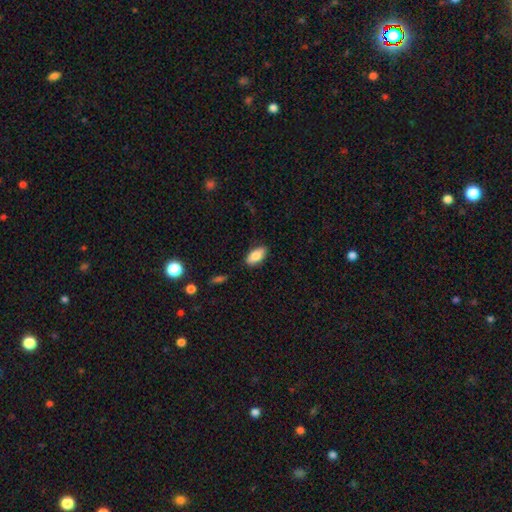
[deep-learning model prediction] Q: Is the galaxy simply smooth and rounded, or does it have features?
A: smooth — 83%.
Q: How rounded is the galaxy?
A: in between — 91%.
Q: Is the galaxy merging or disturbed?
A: none — 85%.